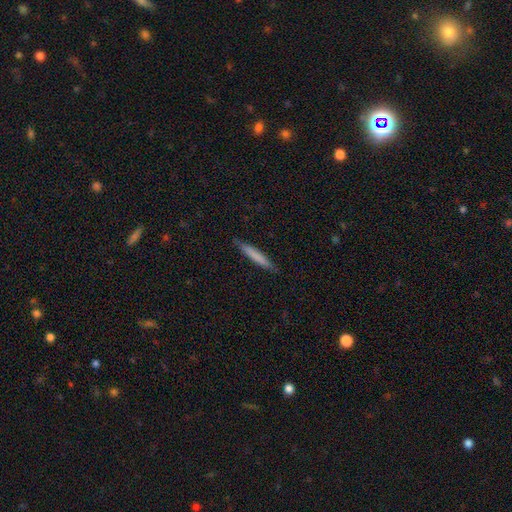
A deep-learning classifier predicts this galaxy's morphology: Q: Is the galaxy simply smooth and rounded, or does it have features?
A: smooth — 73%.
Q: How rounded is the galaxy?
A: cigar-shaped — 95%.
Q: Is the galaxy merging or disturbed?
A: none — 87%.